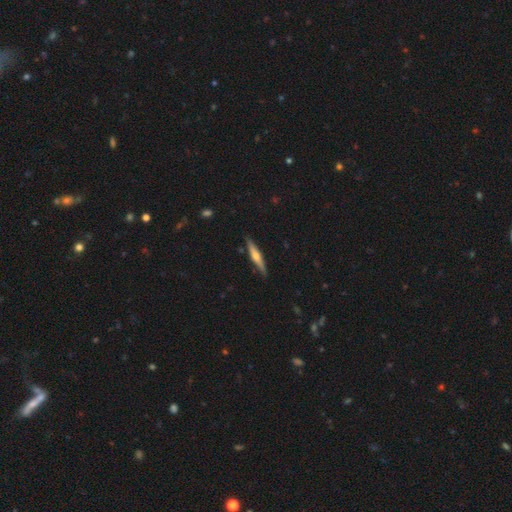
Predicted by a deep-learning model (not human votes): Smooth or featured?
  - featured or disk: 60% *
  - smooth: 34%
  - star or artifact: 6%
Edge-on disk?
  - yes: 96% *
  - no: 4%
Edge-on bulge?
  - rounded: 84% *
  - none: 9%
  - boxy: 7%
Merging?
  - none: 87% *
  - minor disturbance: 10%
  - major disturbance: 2%
  - merger: 1%